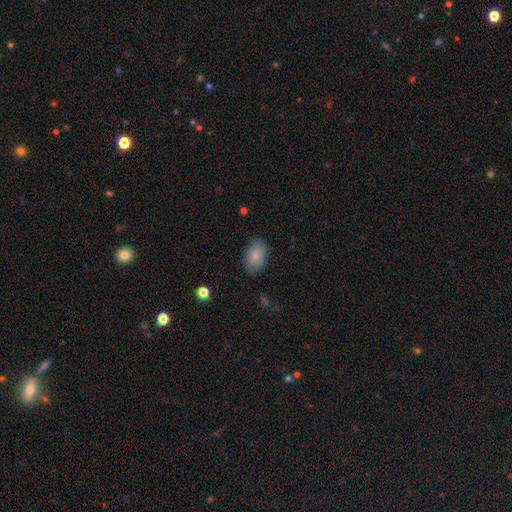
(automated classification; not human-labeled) This appears to be a smooth galaxy with no disk features (85%) that is in between round and cigar-shaped (89%). Merging: none (83%).